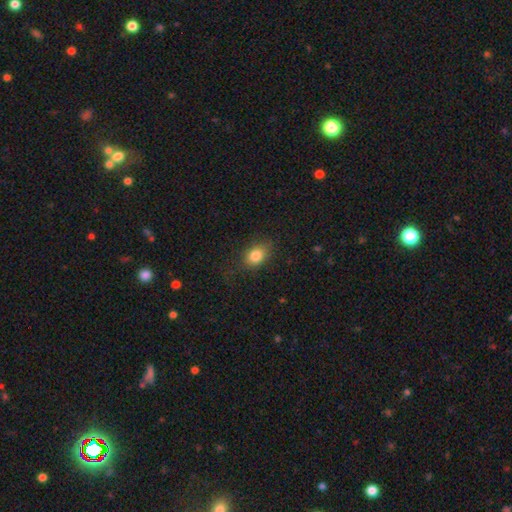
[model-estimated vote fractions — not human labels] This appears to be a smooth galaxy with no disk features (83%) that is in between round and cigar-shaped (69%). Merging: none (75%).